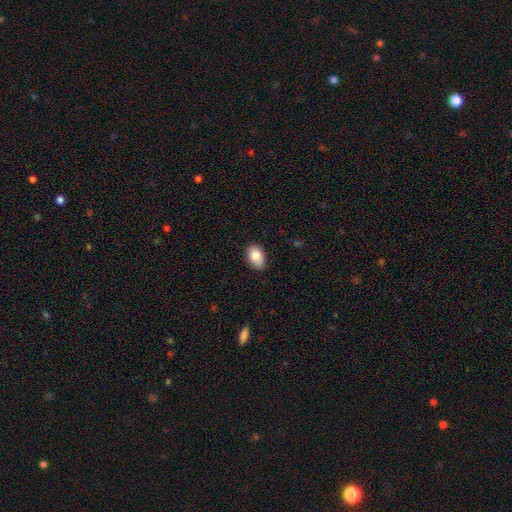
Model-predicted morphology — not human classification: This is clearly a smooth galaxy (86%). How rounded: clearly in between (86%). Merging: likely none (77%).